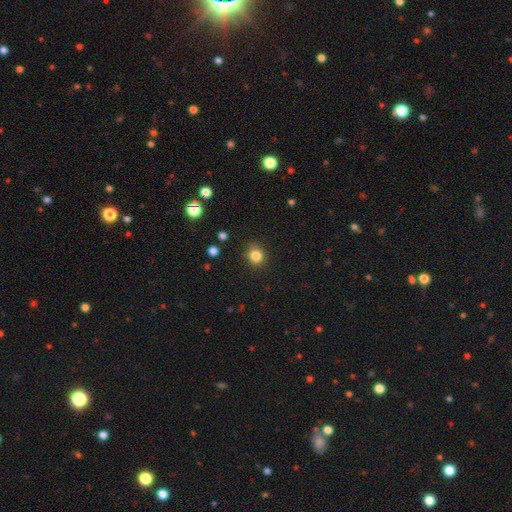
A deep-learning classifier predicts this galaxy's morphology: Smooth or featured? smooth (83%)
How rounded? round (83%)
Merging? none (87%)